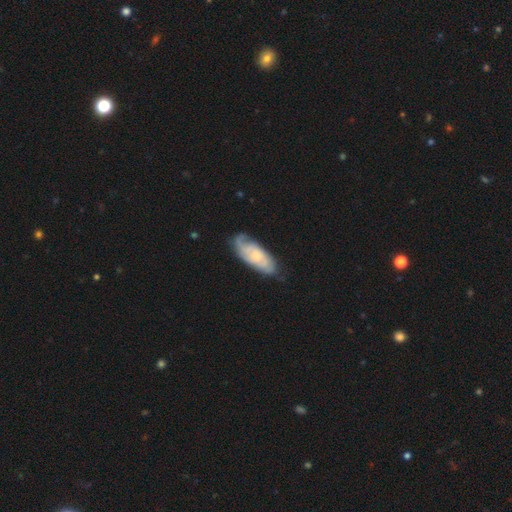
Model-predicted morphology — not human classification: Smooth or featured: featured or disk — 64% (smooth — 30%)
Edge-on disk: no — 90% (yes — 10%)
Bar: no — 71% (weak — 25%)
Spiral arms: yes — 89% (no — 11%)
Spiral winding: tight — 52% (medium — 35%)
Spiral arm count: can't tell — 41% (2 — 33%)
Bulge size: small — 62% (moderate — 28%)
Merging: none — 64% (minor disturbance — 25%)